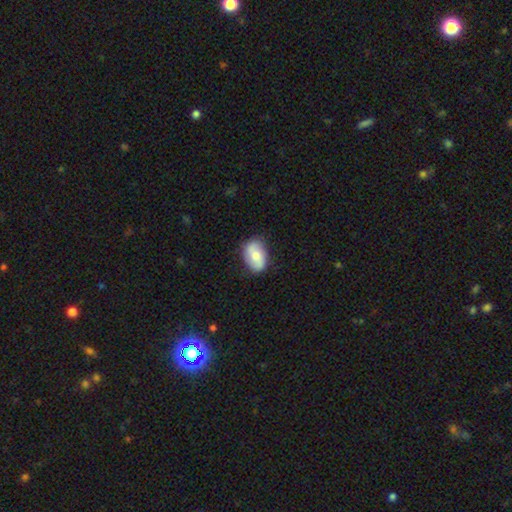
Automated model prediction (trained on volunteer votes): Overall: smooth (62%; featured or disk 32%). How rounded: in between (84%). Merging: none (76%).